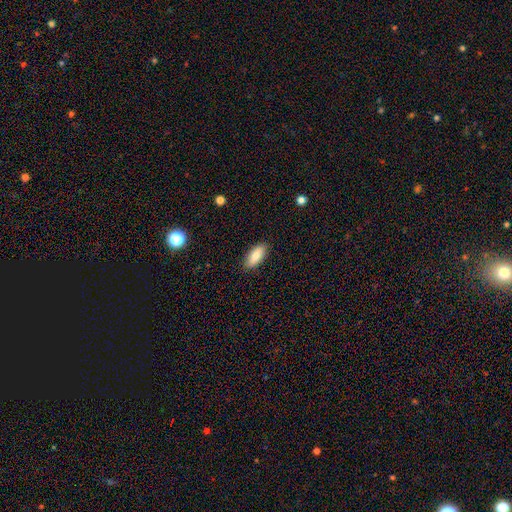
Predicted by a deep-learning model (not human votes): smooth-or-featured: smooth: 83% | featured or disk: 10% | star or artifact: 6%
  how-rounded: in between: 84% | cigar-shaped: 14% | round: 2%
  merging: none: 88% | minor disturbance: 9% | major disturbance: 2% | merger: 1%